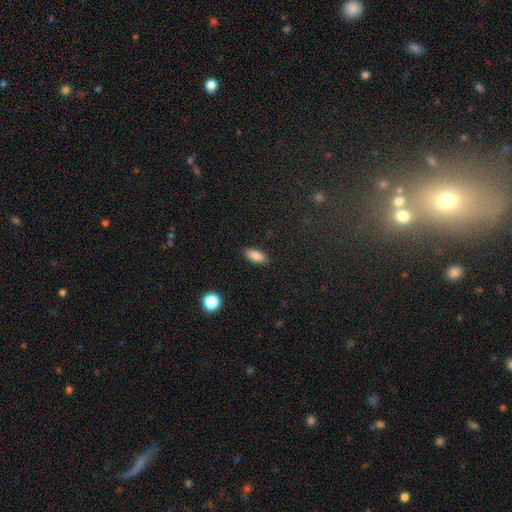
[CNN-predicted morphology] Smooth or featured?
  - smooth: 86% *
  - star or artifact: 8%
  - featured or disk: 5%
How rounded?
  - in between: 83% *
  - cigar-shaped: 14%
  - round: 3%
Merging?
  - none: 88% *
  - minor disturbance: 9%
  - major disturbance: 2%
  - merger: 1%